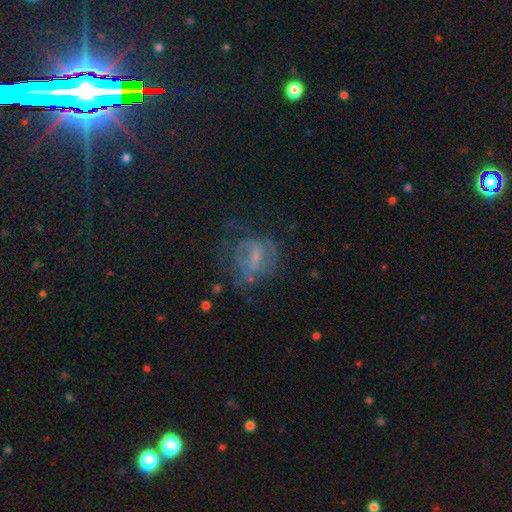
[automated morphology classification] A featured or disk galaxy (65%) with a weak bar (49%), spiral arms (58%) and a small central bulge (64%). Merging: none (46%).